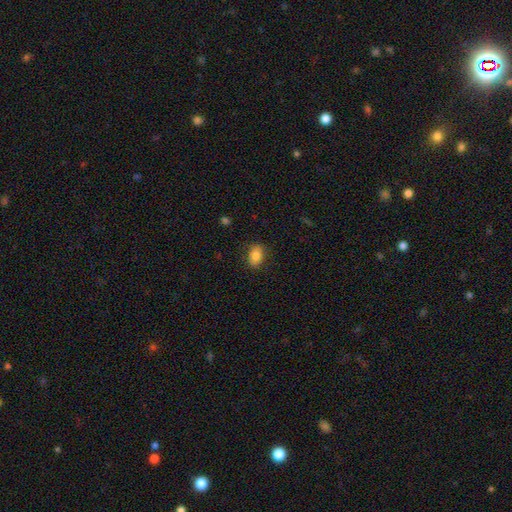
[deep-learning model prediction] Morphology: type=smooth (85%); roundness=in between (79%); merging=none (84%).